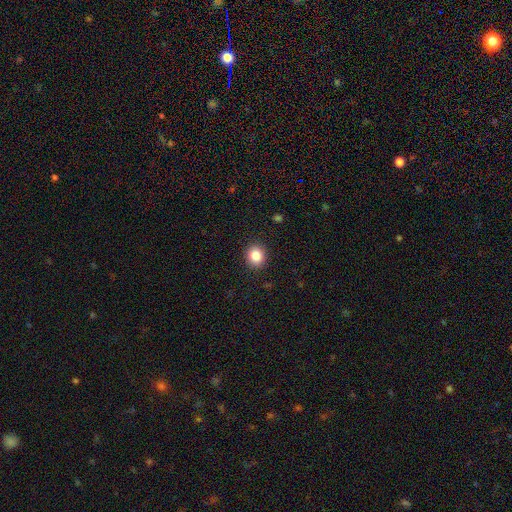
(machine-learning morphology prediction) Smooth or featured? Predicted: smooth (p=0.85). How rounded? Predicted: round (p=0.81). Merging? Predicted: none (p=0.91).